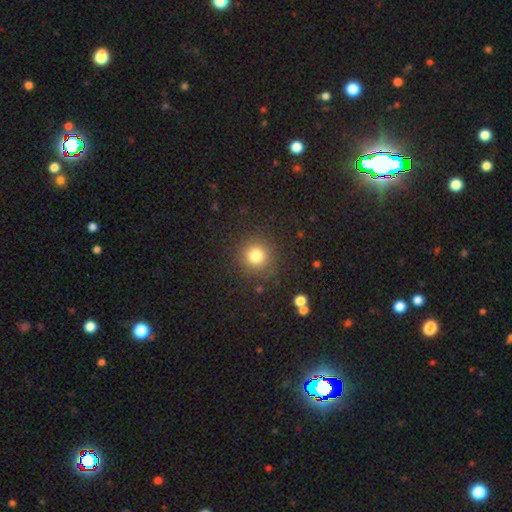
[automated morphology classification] Smooth or featured: smooth — 80% (star or artifact — 13%)
How rounded: round — 94% (in between — 5%)
Merging: none — 87% (minor disturbance — 7%)